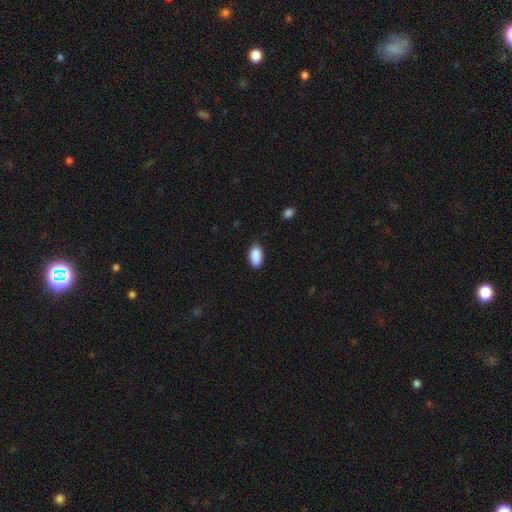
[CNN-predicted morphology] smooth 90%, star or artifact 7%, featured or disk 3%. Down the decision tree: how rounded — in between (94%); merging — none (86%).